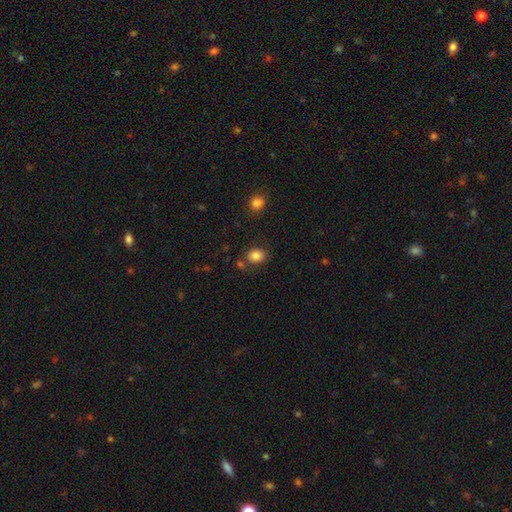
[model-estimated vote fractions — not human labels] Q: Smooth or featured?
A: smooth (83%); runner-up: star or artifact (10%)
Q: How rounded?
A: in between (58%); runner-up: round (41%)
Q: Merging?
A: none (73%); runner-up: minor disturbance (13%)